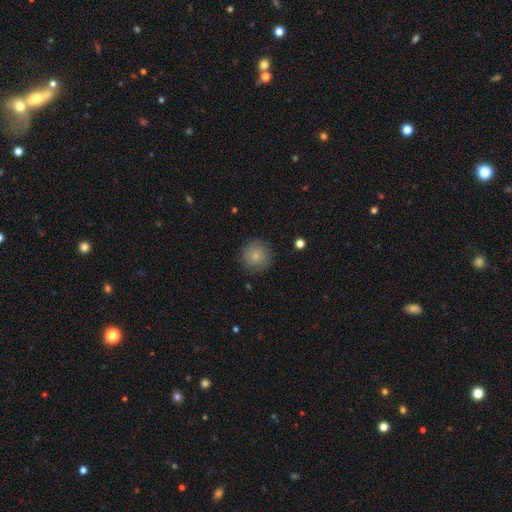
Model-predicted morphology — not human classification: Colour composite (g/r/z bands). It shows a smooth galaxy with no disk features (82%) that is round (95%). Merging: none (86%).